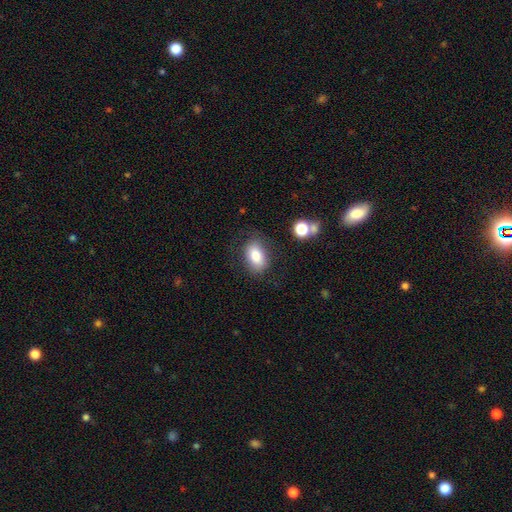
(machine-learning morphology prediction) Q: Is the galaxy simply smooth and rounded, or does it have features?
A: smooth — 82%.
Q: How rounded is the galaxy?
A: in between — 86%.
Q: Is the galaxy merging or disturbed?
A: none — 77%.